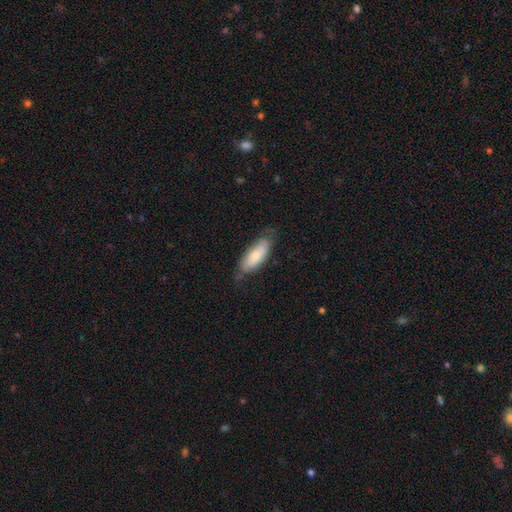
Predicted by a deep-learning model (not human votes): This appears to be a smooth galaxy with no disk features (68%) that is in between round and cigar-shaped (77%). Merging: none (64%).